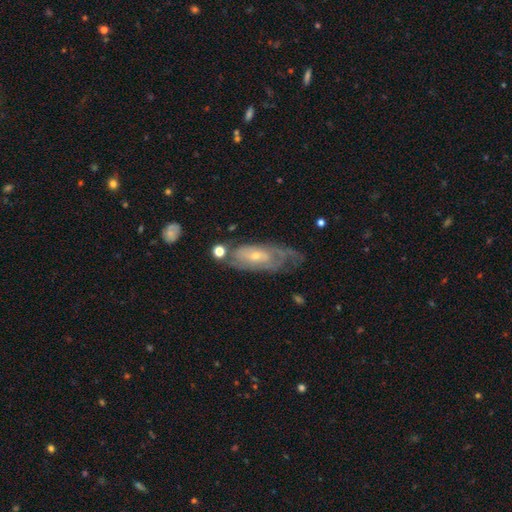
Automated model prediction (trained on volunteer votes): Smooth or featured? featured or disk (69%)
Edge-on disk? no (86%)
Bar? no (67%)
Spiral arms? yes (75%)
Bulge size? small (64%)
Merging? none (45%)